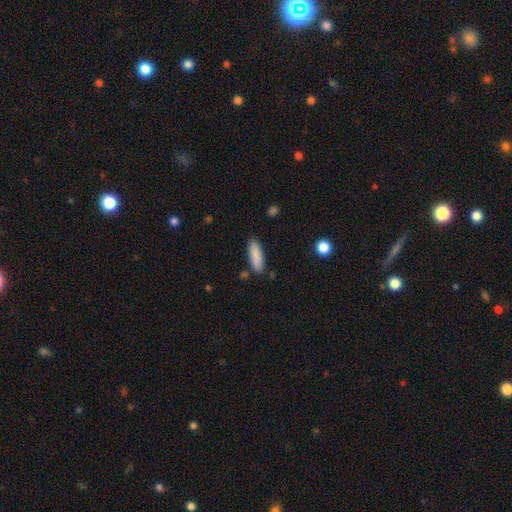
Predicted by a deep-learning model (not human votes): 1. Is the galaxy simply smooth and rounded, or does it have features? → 88% smooth, 6% featured or disk, 6% star or artifact.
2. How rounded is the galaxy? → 50% in between, 49% cigar-shaped, 2% round.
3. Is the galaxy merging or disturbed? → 85% none, 10% minor disturbance, 2% merger, 2% major disturbance.